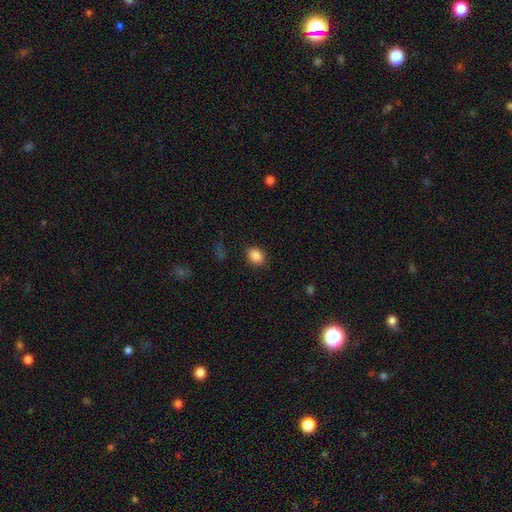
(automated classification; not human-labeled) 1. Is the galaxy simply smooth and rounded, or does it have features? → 87% smooth, 9% star or artifact, 4% featured or disk.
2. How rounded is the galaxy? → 66% in between, 32% round, 1% cigar-shaped.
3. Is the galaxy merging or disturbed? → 84% none, 12% minor disturbance, 3% major disturbance, 1% merger.